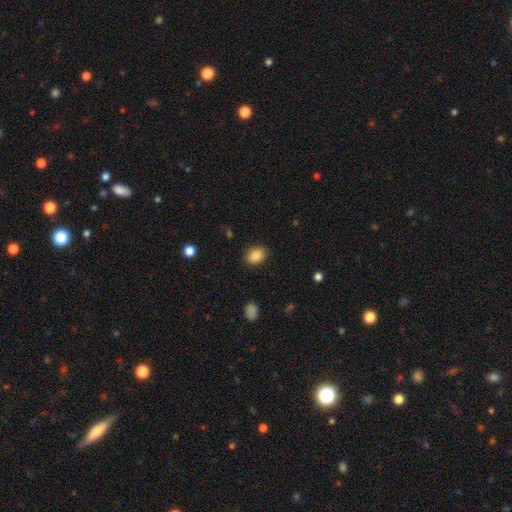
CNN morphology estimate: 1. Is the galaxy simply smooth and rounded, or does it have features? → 87% smooth, 8% star or artifact, 5% featured or disk.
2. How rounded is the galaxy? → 73% in between, 26% round, 1% cigar-shaped.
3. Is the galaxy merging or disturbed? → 87% none, 9% minor disturbance, 3% major disturbance, 1% merger.